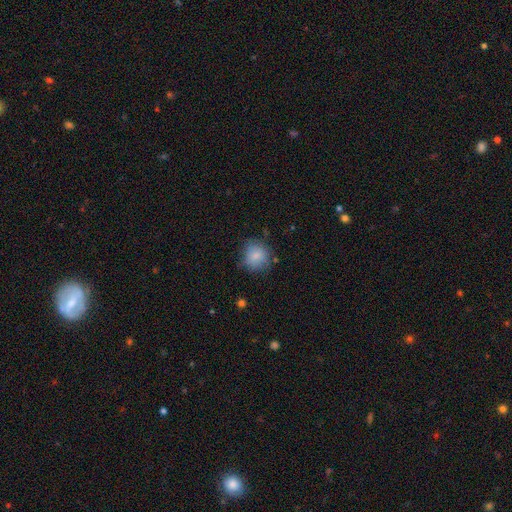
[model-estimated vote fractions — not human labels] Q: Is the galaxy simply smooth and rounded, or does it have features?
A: smooth — 82%.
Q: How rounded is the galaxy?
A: round — 81%.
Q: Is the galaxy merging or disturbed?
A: none — 72%.